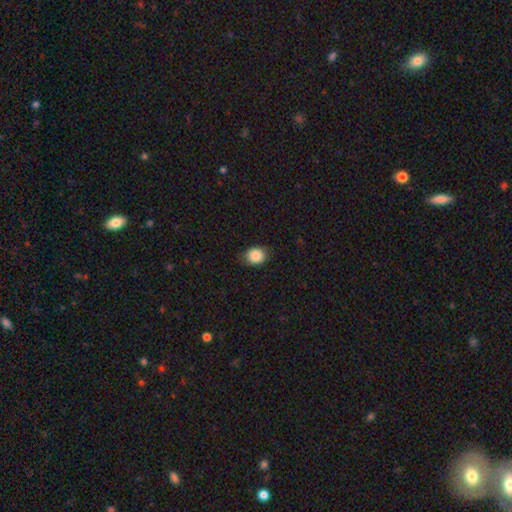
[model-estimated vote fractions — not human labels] This is clearly a smooth galaxy (86%). How rounded: possibly round (56%). Merging: clearly none (80%).